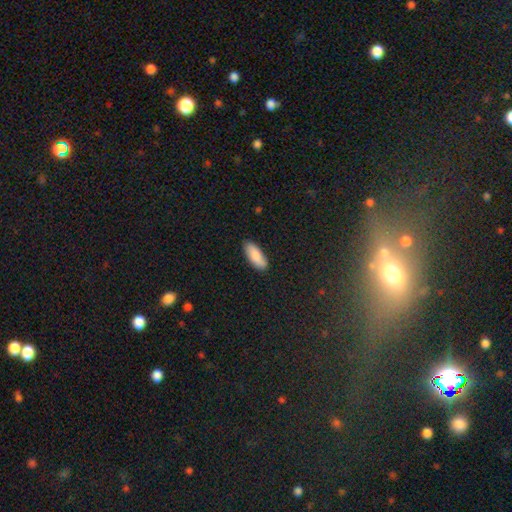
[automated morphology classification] Smooth or featured: smooth — 87% (featured or disk — 7%)
How rounded: in between — 72% (cigar-shaped — 26%)
Merging: none — 87% (minor disturbance — 10%)